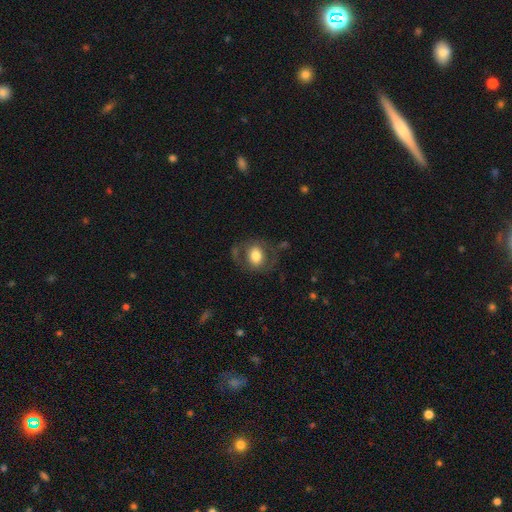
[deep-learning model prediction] Q: Smooth or featured?
A: smooth (59%); runner-up: featured or disk (34%)
Q: How rounded?
A: round (54%); runner-up: in between (45%)
Q: Merging?
A: none (62%); runner-up: minor disturbance (19%)